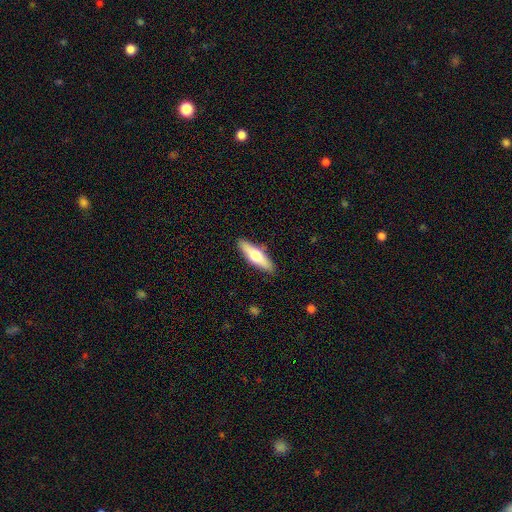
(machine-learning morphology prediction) smooth-or-featured: smooth: 57% | featured or disk: 37% | star or artifact: 5%
  how-rounded: cigar-shaped: 60% | in between: 38% | round: 2%
  merging: none: 88% | minor disturbance: 9% | major disturbance: 2% | merger: 1%